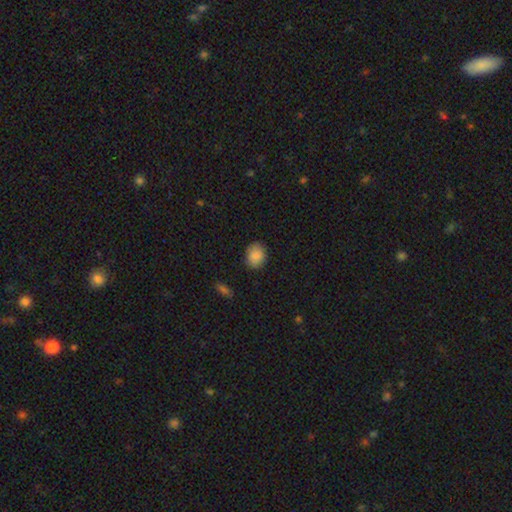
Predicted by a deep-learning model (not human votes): Smooth or featured? smooth (88%)
How rounded? in between (50%)
Merging? none (84%)